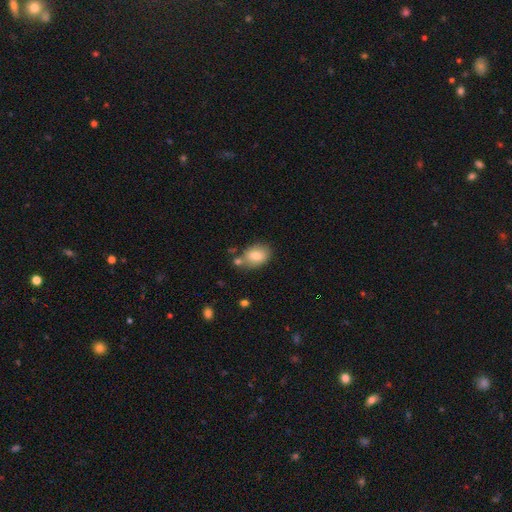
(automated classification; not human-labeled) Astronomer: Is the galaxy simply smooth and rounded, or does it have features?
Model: smooth — 79%.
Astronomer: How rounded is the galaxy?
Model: in between — 72%.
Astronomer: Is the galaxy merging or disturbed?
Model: none — 66%.